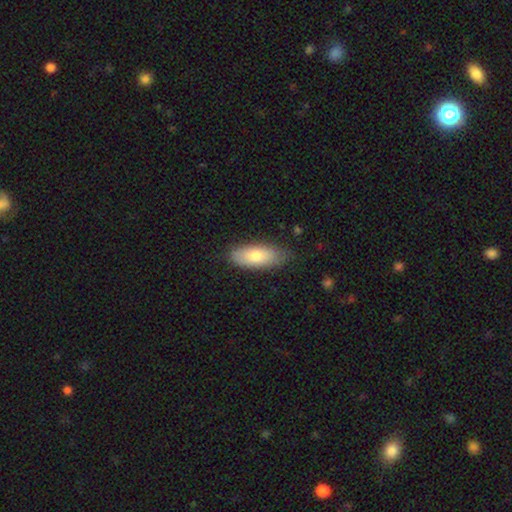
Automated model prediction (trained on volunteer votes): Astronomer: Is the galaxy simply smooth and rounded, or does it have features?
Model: smooth — 75%.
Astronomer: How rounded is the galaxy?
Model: in between — 78%.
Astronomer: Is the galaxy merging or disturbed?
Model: none — 76%.